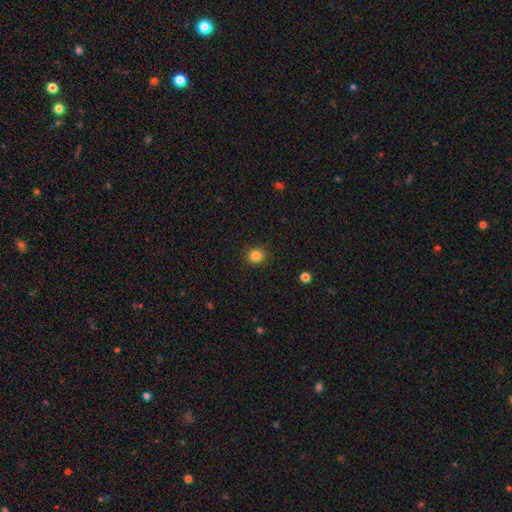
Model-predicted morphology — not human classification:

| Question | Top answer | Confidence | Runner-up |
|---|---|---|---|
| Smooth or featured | smooth | 84% | star or artifact (12%) |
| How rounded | round | 86% | in between (13%) |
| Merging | none | 90% | minor disturbance (7%) |